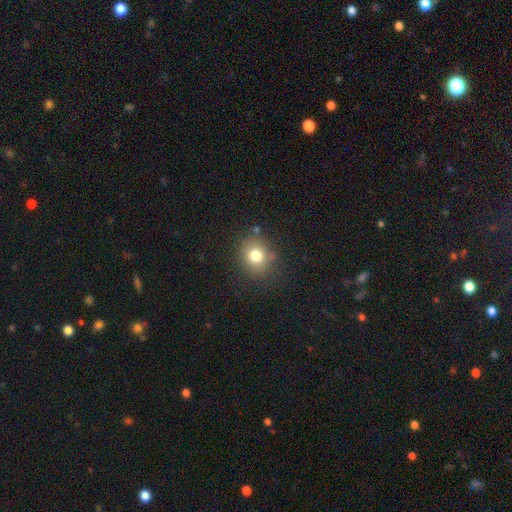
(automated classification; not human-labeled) Smooth or featured? Predicted: smooth (p=0.77). How rounded? Predicted: round (p=0.75). Merging? Predicted: none (p=0.79).